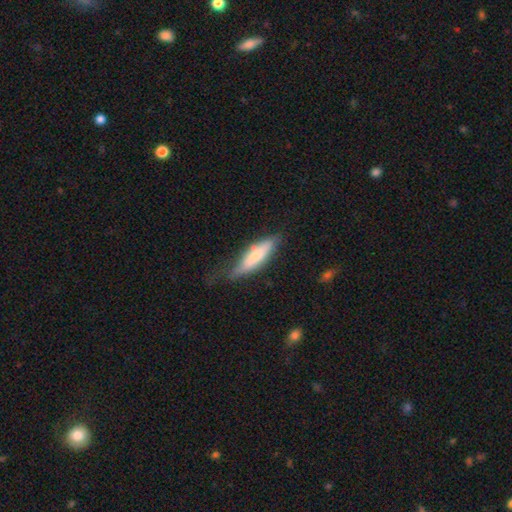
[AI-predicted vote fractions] This appears to be a smooth galaxy with no disk features (65%) that is cigar-shaped (62%). Merging: none (48%).